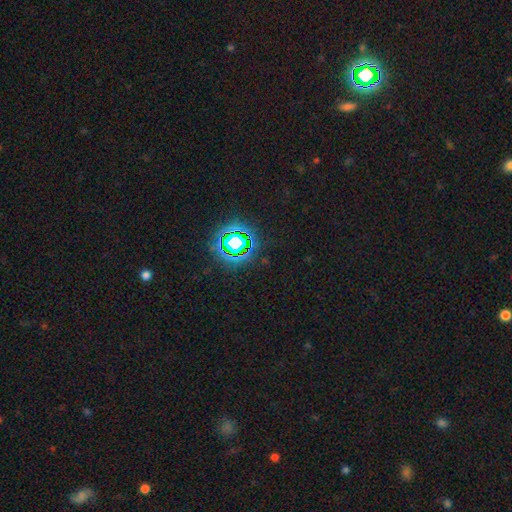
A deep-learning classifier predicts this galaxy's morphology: Smooth or featured?
  - star or artifact: 78% *
  - smooth: 16%
  - featured or disk: 6%